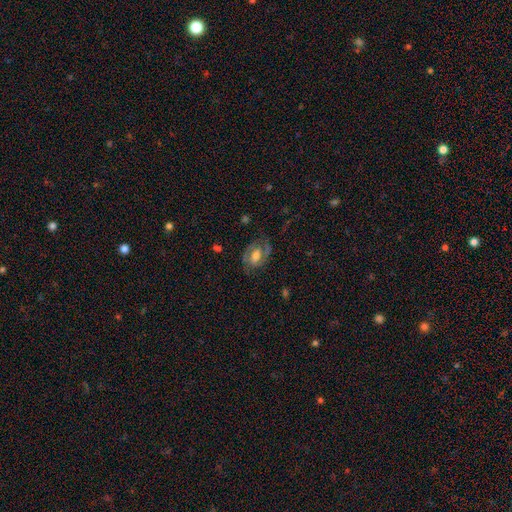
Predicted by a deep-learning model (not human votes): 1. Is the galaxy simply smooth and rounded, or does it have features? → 64% featured or disk, 28% smooth, 8% star or artifact.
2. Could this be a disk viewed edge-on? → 95% no, 5% yes.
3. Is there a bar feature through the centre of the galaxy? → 42% weak, 38% no, 20% strong.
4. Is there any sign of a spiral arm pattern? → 77% yes, 23% no.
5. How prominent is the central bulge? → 50% moderate, 24% large, 19% small, 5% none, 3% dominant.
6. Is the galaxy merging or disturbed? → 69% none, 18% minor disturbance, 12% major disturbance, 2% merger.